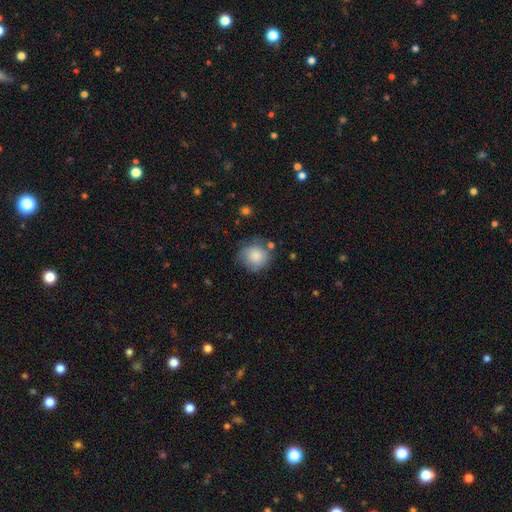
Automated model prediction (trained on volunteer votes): A smooth galaxy with no disk features (84%) that is round (86%). Merging: none (65%).